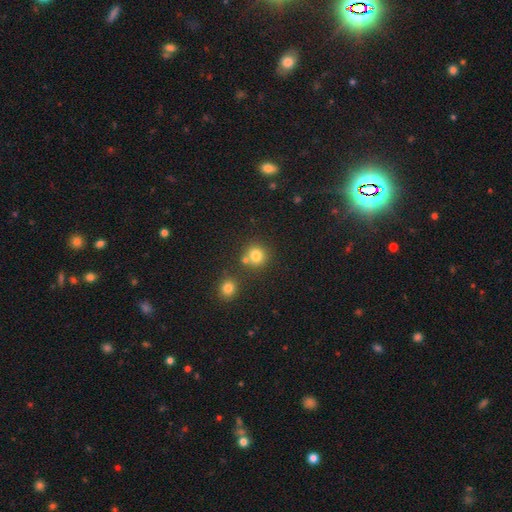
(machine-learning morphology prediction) Smooth or featured? Predicted: smooth (p=0.80). How rounded? Predicted: round (p=0.89). Merging? Predicted: none (p=0.68).